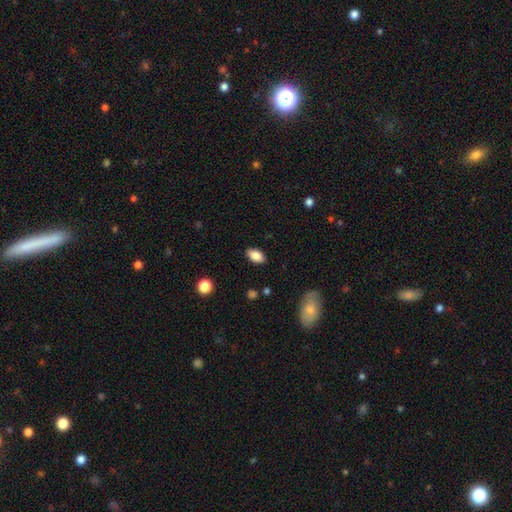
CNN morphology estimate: The model was most divided on "smooth or featured": smooth: 84%, featured or disk: 8%, star or artifact: 8%. More confident: how rounded — in between (91%); merging — none (87%).